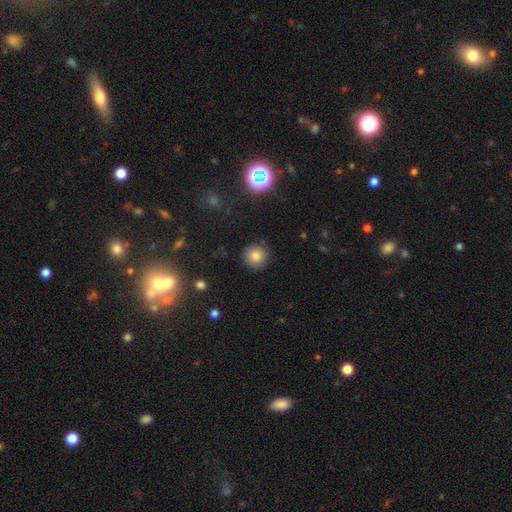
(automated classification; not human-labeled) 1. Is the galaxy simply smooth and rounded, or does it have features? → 78% smooth, 14% star or artifact, 9% featured or disk.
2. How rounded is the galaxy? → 93% round, 6% in between, 1% cigar-shaped.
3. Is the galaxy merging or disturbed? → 87% none, 9% minor disturbance, 3% major disturbance, 1% merger.